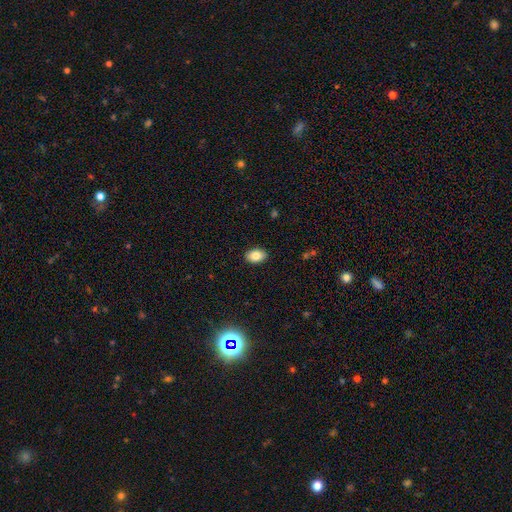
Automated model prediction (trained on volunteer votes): smooth-or-featured: smooth: 84% | star or artifact: 8% | featured or disk: 8%
  how-rounded: in between: 85% | round: 14% | cigar-shaped: 1%
  merging: none: 89% | minor disturbance: 8% | major disturbance: 2% | merger: 1%